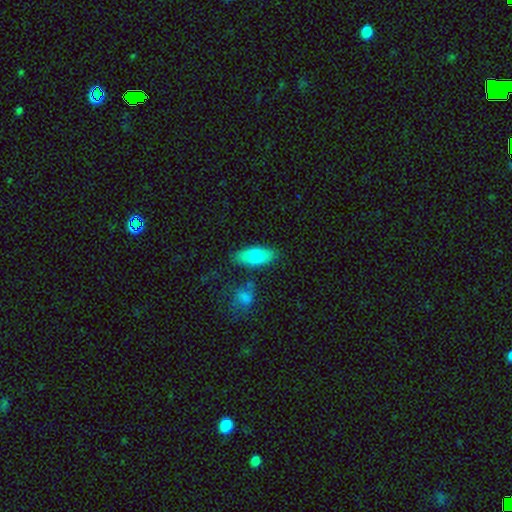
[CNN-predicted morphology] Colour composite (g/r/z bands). It shows a smooth galaxy with no disk features (78%) that is in between round and cigar-shaped (79%). Merging: none (80%).